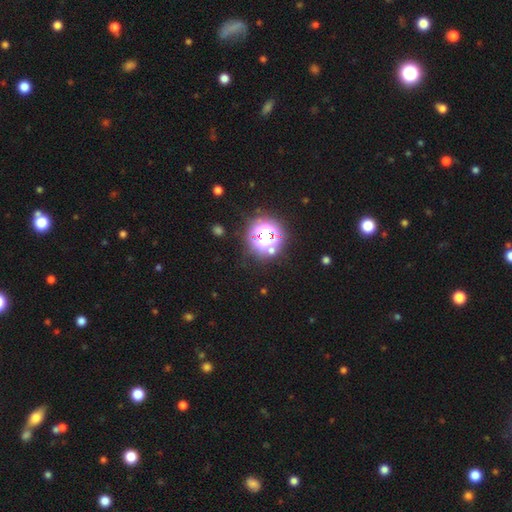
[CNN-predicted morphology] smooth_or_featured: star or artifact (p=0.80) [alt: smooth p=0.14]